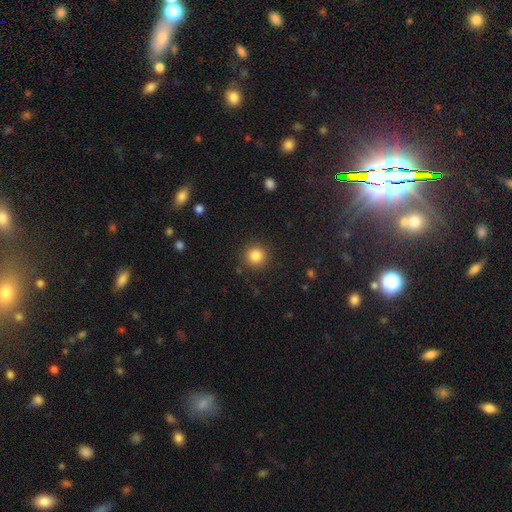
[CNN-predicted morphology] smooth-or-featured: smooth: 84% | star or artifact: 11% | featured or disk: 5%
  how-rounded: round: 94% | in between: 5% | cigar-shaped: 1%
  merging: none: 90% | minor disturbance: 7% | major disturbance: 3% | merger: 1%